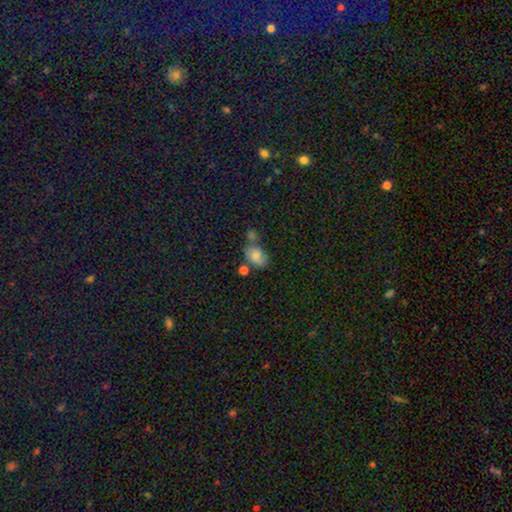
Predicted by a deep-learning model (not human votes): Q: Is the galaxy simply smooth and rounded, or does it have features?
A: smooth — 80%.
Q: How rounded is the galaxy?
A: in between — 81%.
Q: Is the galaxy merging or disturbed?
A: none — 44%.